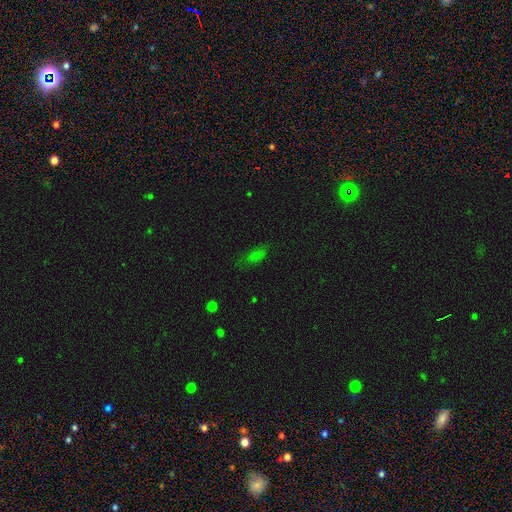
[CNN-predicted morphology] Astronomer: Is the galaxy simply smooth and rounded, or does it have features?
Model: smooth — 71%.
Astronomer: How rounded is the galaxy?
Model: in between — 78%.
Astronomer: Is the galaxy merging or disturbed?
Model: none — 68%.